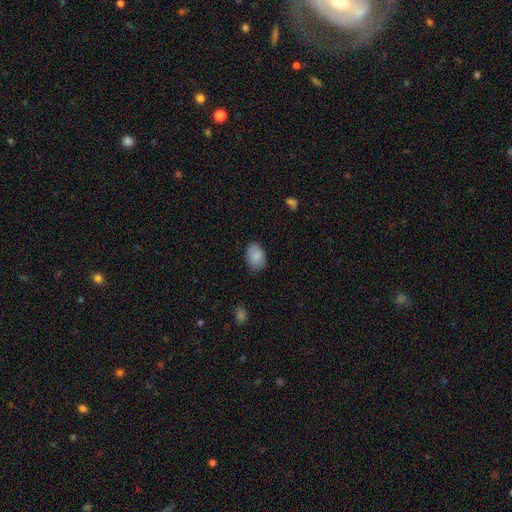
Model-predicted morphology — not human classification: Smooth or featured: smooth — 87% (star or artifact — 7%)
How rounded: in between — 87% (round — 12%)
Merging: none — 82% (minor disturbance — 14%)